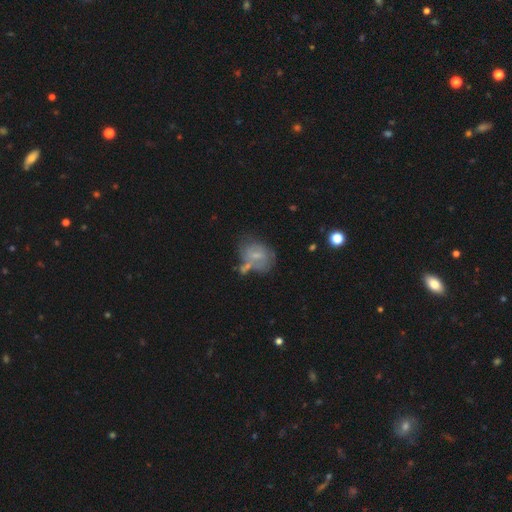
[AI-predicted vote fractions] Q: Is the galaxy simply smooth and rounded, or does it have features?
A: featured or disk — 49%.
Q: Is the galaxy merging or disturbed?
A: none — 36%.